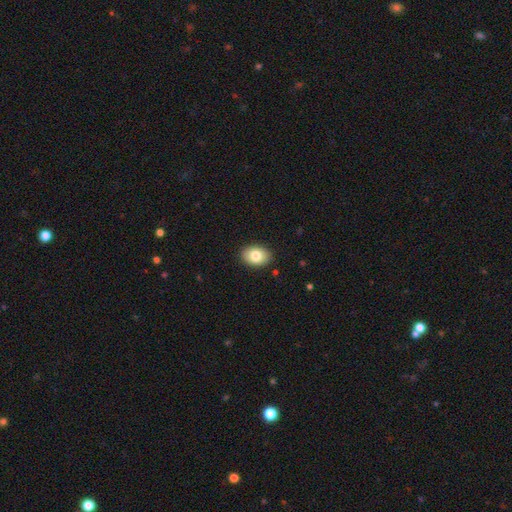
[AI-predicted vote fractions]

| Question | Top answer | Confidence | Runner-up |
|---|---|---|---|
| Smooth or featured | smooth | 82% | featured or disk (11%) |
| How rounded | in between | 82% | round (17%) |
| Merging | none | 89% | minor disturbance (8%) |